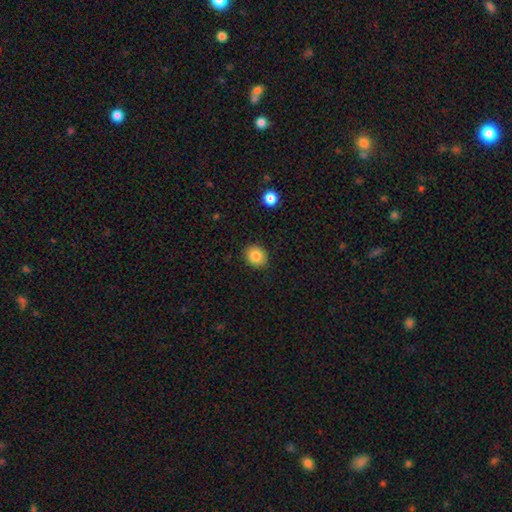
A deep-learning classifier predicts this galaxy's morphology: This appears to be a smooth galaxy with no disk features (86%) that is round (68%). Merging: none (89%).